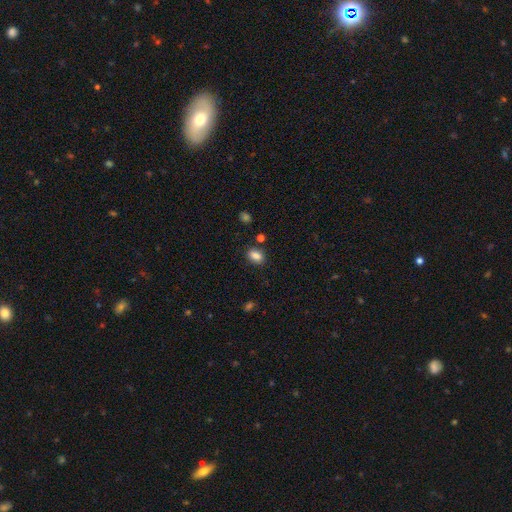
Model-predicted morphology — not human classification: This appears to be a smooth galaxy with no disk features (85%) that is in between round and cigar-shaped (78%). Merging: none (80%).